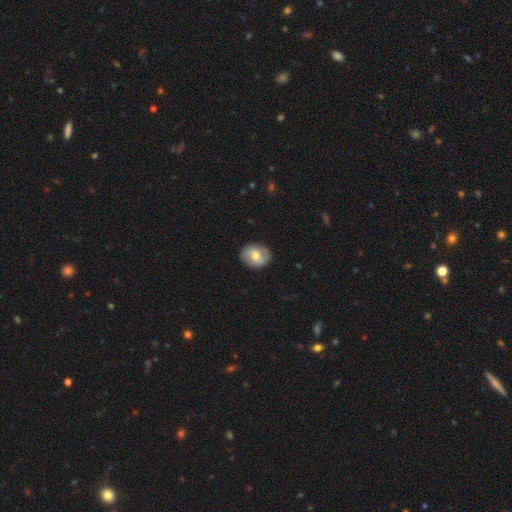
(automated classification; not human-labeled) This is possibly a smooth galaxy (58%). How rounded: possibly in between (57%). Merging: clearly none (84%).